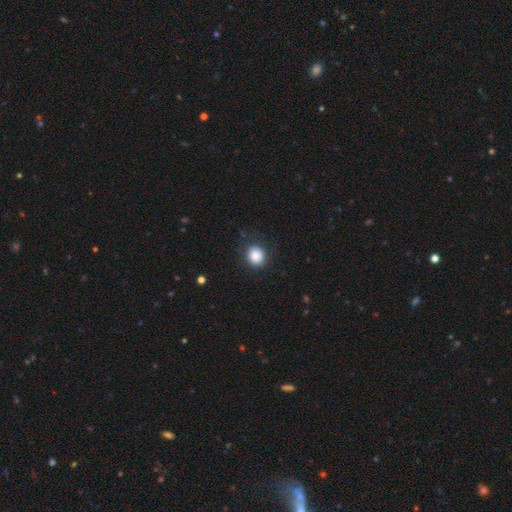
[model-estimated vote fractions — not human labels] Smooth or featured? smooth (86%)
How rounded? round (83%)
Merging? none (84%)